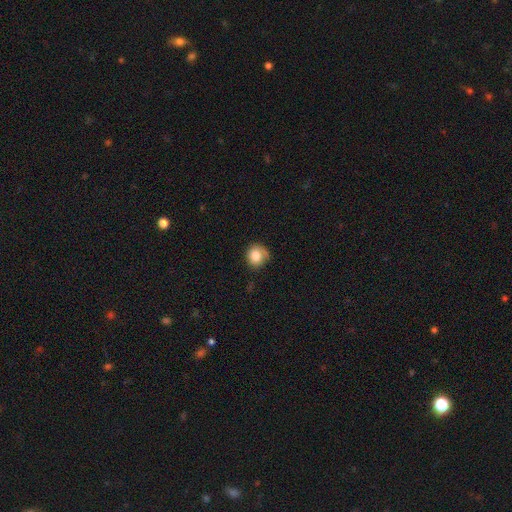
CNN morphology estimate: This is clearly a smooth galaxy (82%). How rounded: clearly round (85%). Merging: likely none (66%).